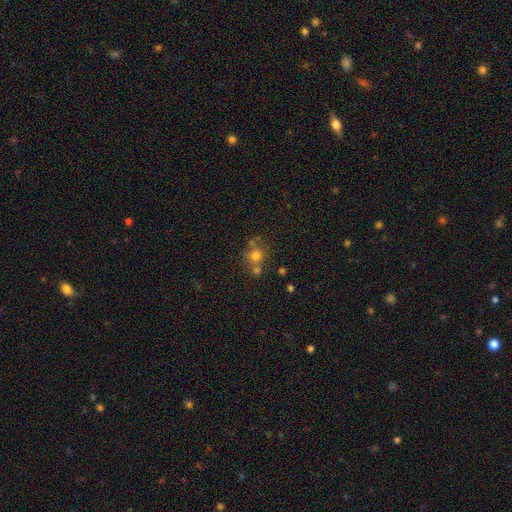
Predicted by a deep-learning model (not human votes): The model was most divided on "merging": none: 56%, merger: 31%, minor disturbance: 10%, major disturbance: 4%. More confident: how rounded — round (86%); smooth or featured — smooth (72%).